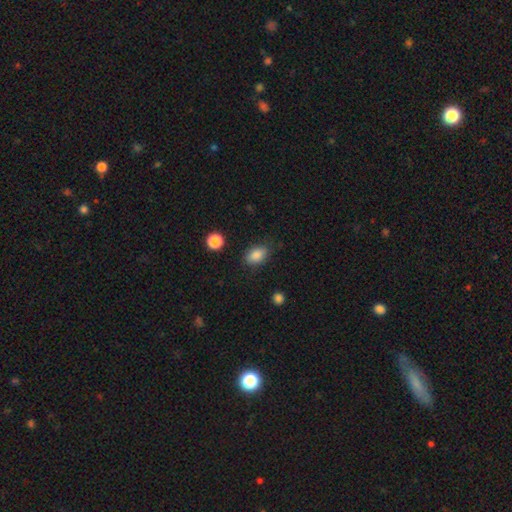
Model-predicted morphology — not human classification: smooth-or-featured: smooth: 86% | star or artifact: 9% | featured or disk: 5%
  how-rounded: in between: 85% | round: 13% | cigar-shaped: 2%
  merging: none: 81% | minor disturbance: 14% | major disturbance: 4% | merger: 2%